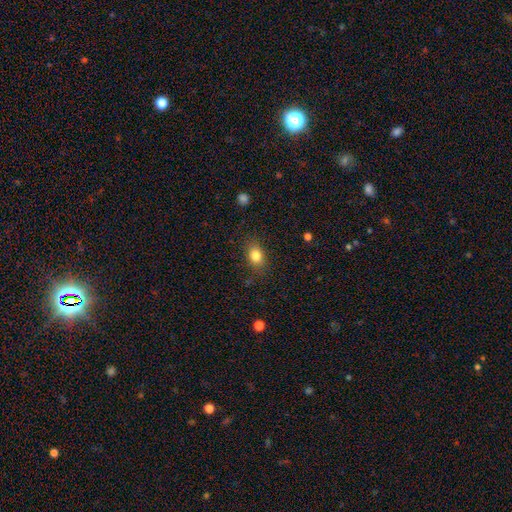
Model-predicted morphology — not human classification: Overall: smooth (83%). How rounded: in between (69%; round 30%). Merging: none (82%).